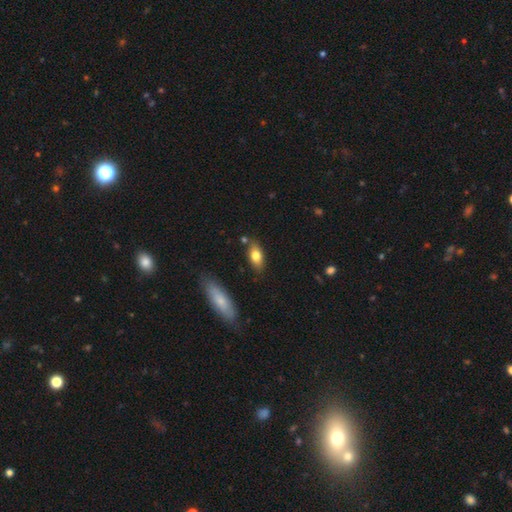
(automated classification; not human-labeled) A smooth galaxy with no disk features (76%) that is in between round and cigar-shaped (83%).

Vote fractions:
- Smooth or featured? smooth: 76% / featured or disk: 17% / star or artifact: 7%
- How rounded? in between: 83% / cigar-shaped: 12% / round: 5%
- Merging? none: 78% / minor disturbance: 14% / merger: 5% / major disturbance: 3%